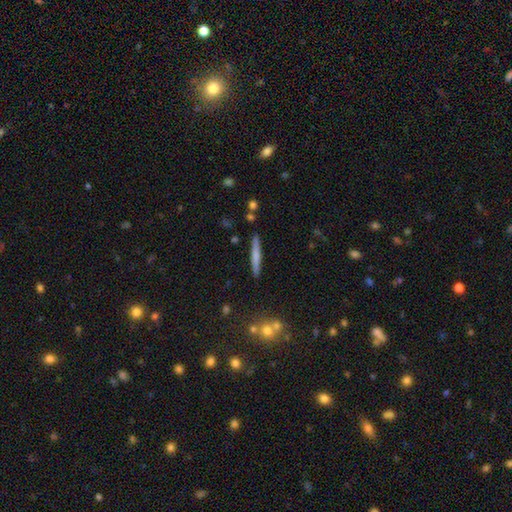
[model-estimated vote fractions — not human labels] This is likely a smooth galaxy (62%). How rounded: clearly cigar-shaped (95%). Merging: clearly none (89%).